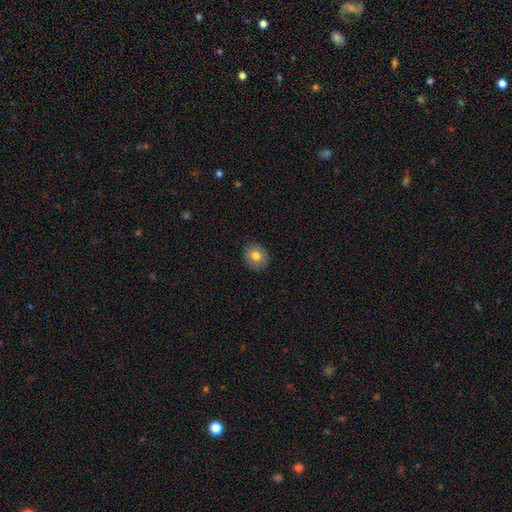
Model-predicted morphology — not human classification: Smooth or featured?
  - smooth: 77% *
  - featured or disk: 13%
  - star or artifact: 9%
How rounded?
  - round: 74% *
  - in between: 25%
  - cigar-shaped: 1%
Merging?
  - none: 90% *
  - minor disturbance: 7%
  - major disturbance: 2%
  - merger: 1%